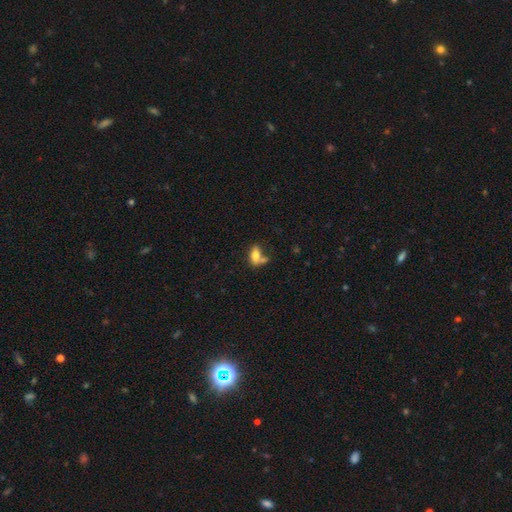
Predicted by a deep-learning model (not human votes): This appears to be a smooth galaxy with no disk features (75%) that is in between round and cigar-shaped (85%). Merging: none (43%).